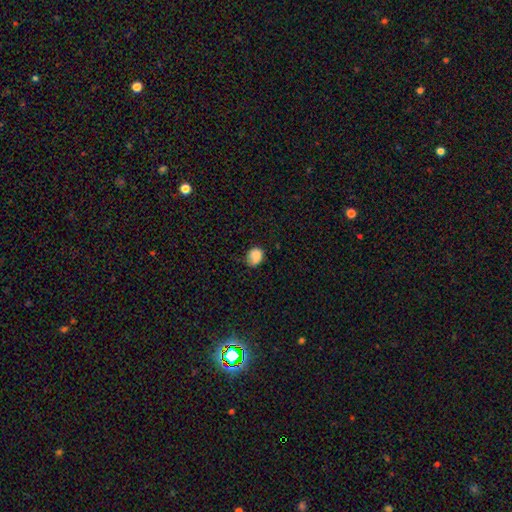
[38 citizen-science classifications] Smooth or featured? 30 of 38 (79%) said smooth. How rounded? 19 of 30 (63%) said round. Merging? 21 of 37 (57%) said none.